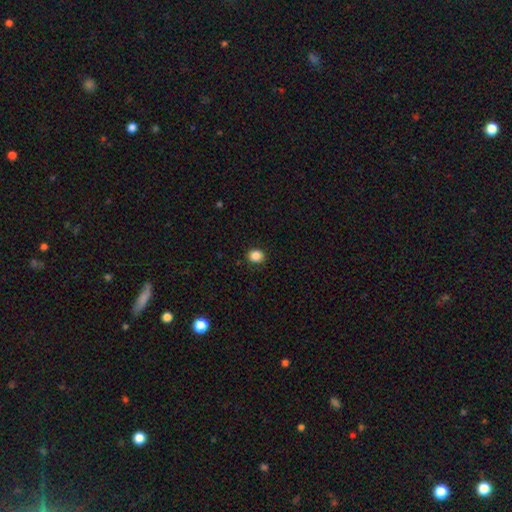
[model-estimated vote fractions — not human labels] This appears to be a smooth galaxy with no disk features (87%) that is round (68%). Merging: none (88%).